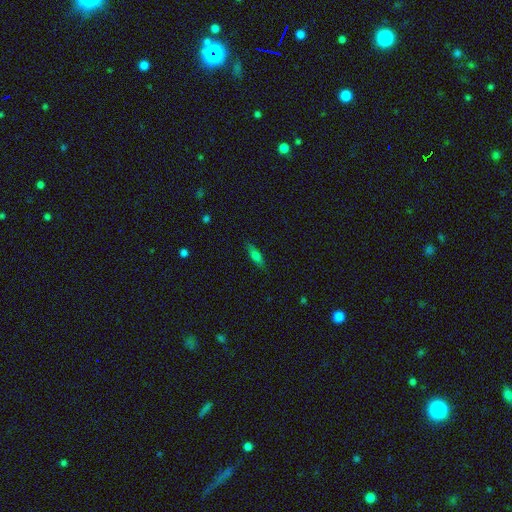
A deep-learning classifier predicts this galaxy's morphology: Smooth or featured?
  - smooth: 65% *
  - featured or disk: 24%
  - star or artifact: 11%
How rounded?
  - cigar-shaped: 54% *
  - in between: 43%
  - round: 3%
Merging?
  - none: 83% *
  - minor disturbance: 13%
  - major disturbance: 3%
  - merger: 1%